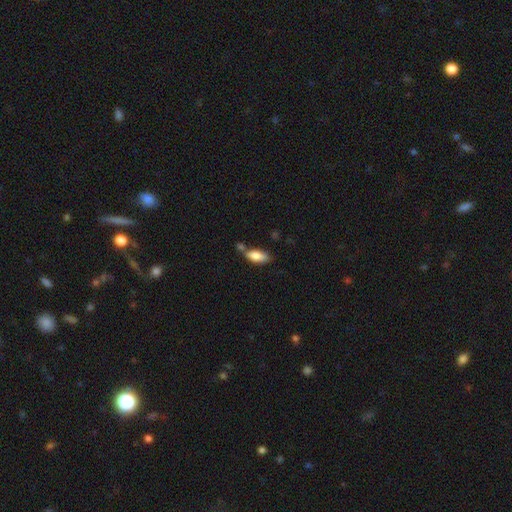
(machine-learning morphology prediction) smooth 80%, featured or disk 13%, star or artifact 7%. Down the decision tree: how rounded — in between (82%); merging — none (51%).